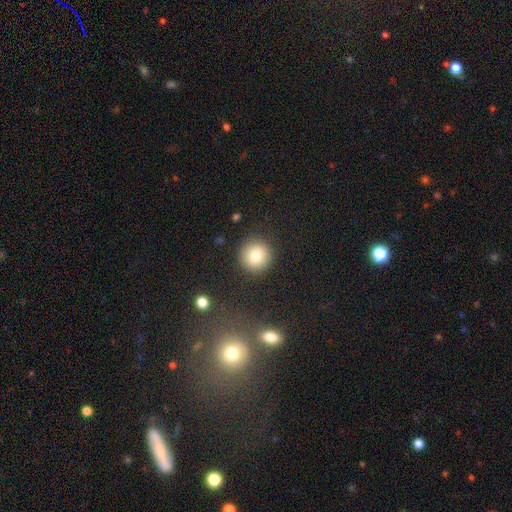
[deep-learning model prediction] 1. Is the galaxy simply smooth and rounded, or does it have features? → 80% smooth, 11% star or artifact, 9% featured or disk.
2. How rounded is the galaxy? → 92% round, 7% in between, 1% cigar-shaped.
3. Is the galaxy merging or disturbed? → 89% none, 7% minor disturbance, 3% major disturbance, 2% merger.